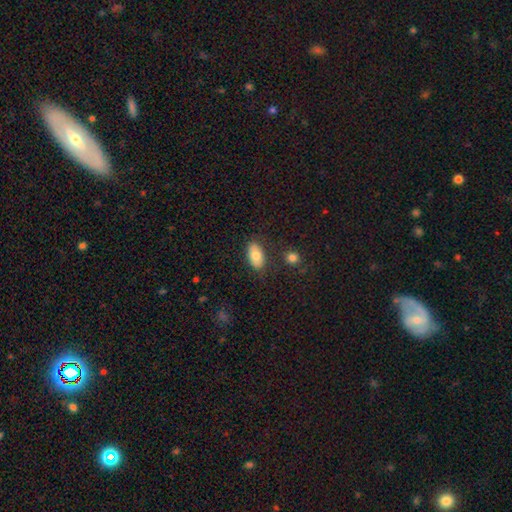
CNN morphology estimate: smooth_or_featured: smooth (p=0.79) [alt: featured or disk p=0.14]
how_rounded: in between (p=0.92) [alt: round p=0.05]
merging: none (p=0.80) [alt: minor disturbance p=0.13]